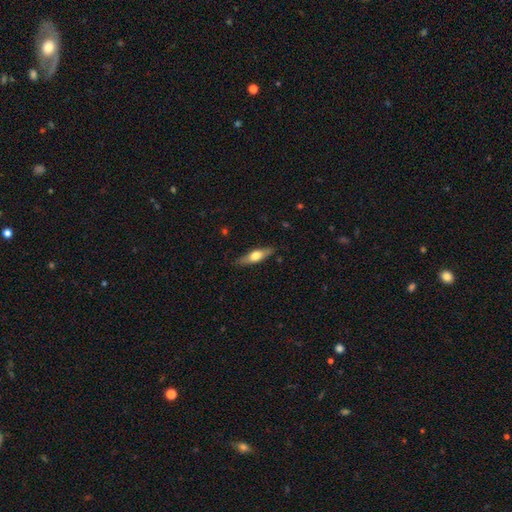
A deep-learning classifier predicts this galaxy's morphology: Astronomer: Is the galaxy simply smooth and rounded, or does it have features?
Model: smooth — 56% (runner-up: featured or disk, 38%).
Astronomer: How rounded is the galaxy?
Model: cigar-shaped — 57% (runner-up: in between, 41%).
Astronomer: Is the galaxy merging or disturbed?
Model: none — 83%.